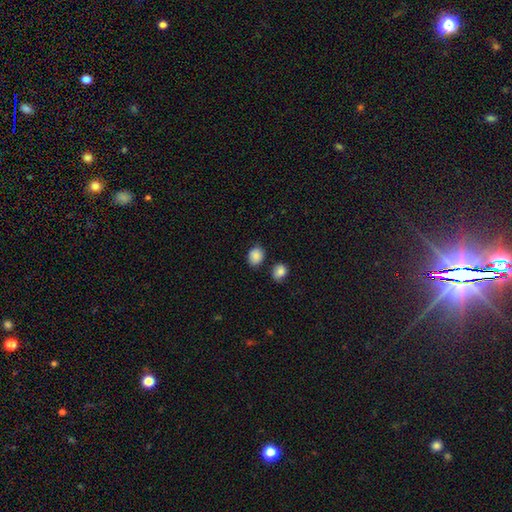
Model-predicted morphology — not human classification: smooth-or-featured: smooth: 87% | star or artifact: 9% | featured or disk: 5%
  how-rounded: round: 53% | in between: 46% | cigar-shaped: 1%
  merging: none: 79% | minor disturbance: 13% | merger: 6% | major disturbance: 3%